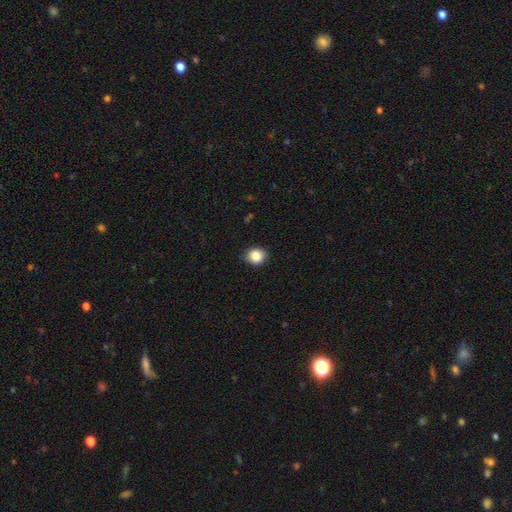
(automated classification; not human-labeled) smooth-or-featured: smooth: 85% | star or artifact: 9% | featured or disk: 5%
  how-rounded: round: 69% | in between: 30% | cigar-shaped: 1%
  merging: none: 83% | minor disturbance: 14% | major disturbance: 2% | merger: 1%